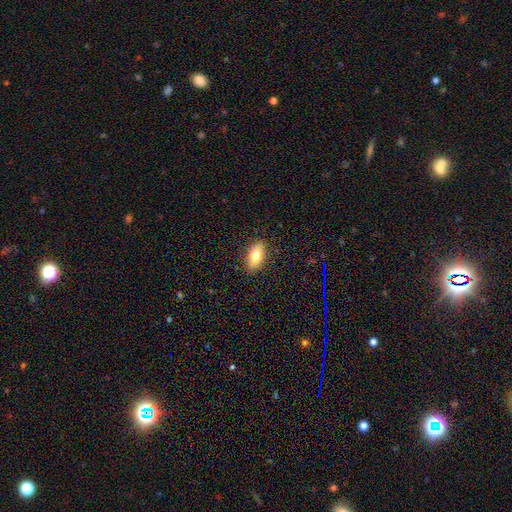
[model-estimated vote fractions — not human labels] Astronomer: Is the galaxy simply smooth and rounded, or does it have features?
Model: smooth — 77%.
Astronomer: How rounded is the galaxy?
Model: in between — 88%.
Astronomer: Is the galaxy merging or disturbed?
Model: none — 88%.